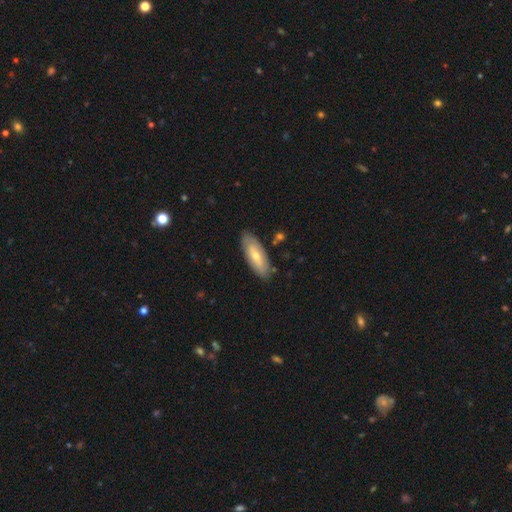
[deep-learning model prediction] Smooth or featured?
  - smooth: 52% *
  - featured or disk: 42%
  - star or artifact: 6%
How rounded?
  - in between: 69% *
  - cigar-shaped: 29%
  - round: 2%
Merging?
  - none: 84% *
  - minor disturbance: 12%
  - major disturbance: 2%
  - merger: 2%